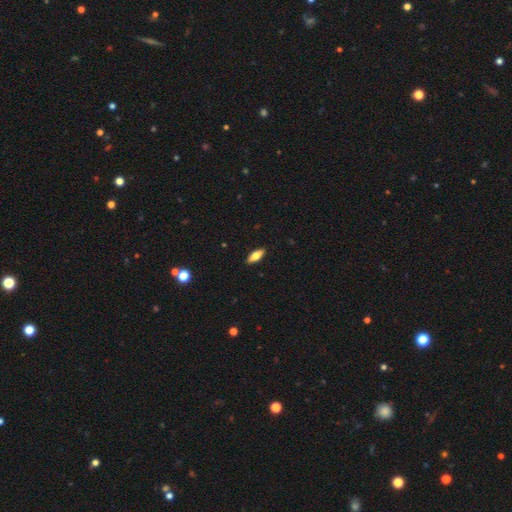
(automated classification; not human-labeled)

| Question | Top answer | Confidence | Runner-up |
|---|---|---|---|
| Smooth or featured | smooth | 71% | featured or disk (22%) |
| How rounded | in between | 74% | cigar-shaped (23%) |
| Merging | none | 90% | minor disturbance (8%) |